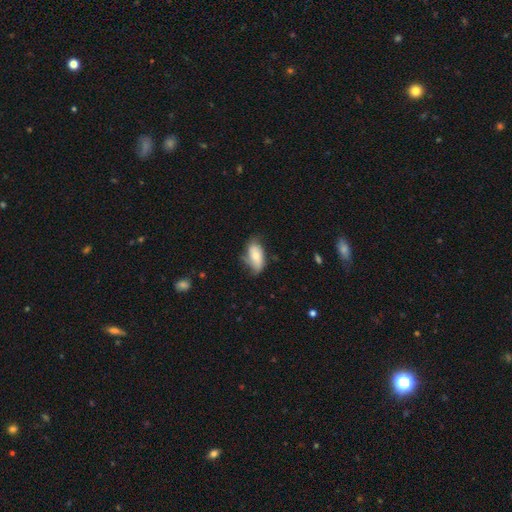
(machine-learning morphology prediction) Overall: smooth (63%; featured or disk 30%). How rounded: in between (91%). Merging: none (51%; minor disturbance 35%).